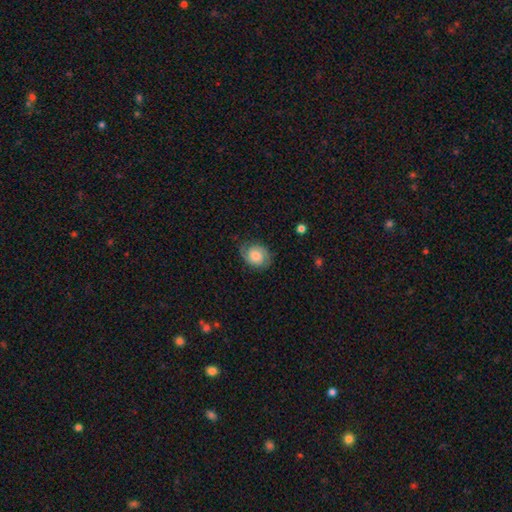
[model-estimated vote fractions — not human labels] Smooth or featured? featured or disk (57%)
Edge-on disk? no (97%)
Bar? no (73%)
Spiral arms? yes (90%)
Bulge size? moderate (36%)
Merging? none (74%)